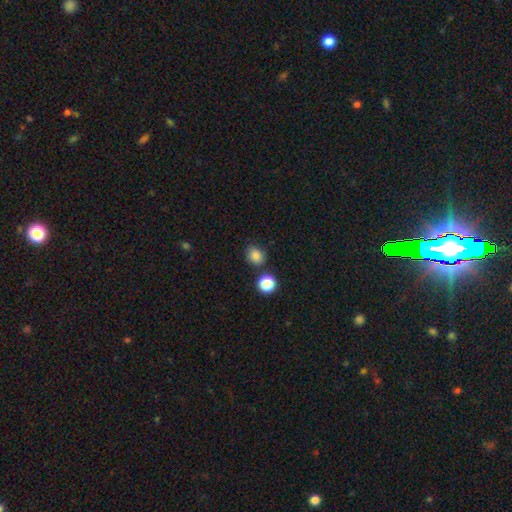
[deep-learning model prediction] Q: Smooth or featured?
A: smooth (83%); runner-up: star or artifact (12%)
Q: How rounded?
A: round (63%); runner-up: in between (36%)
Q: Merging?
A: none (75%); runner-up: minor disturbance (14%)